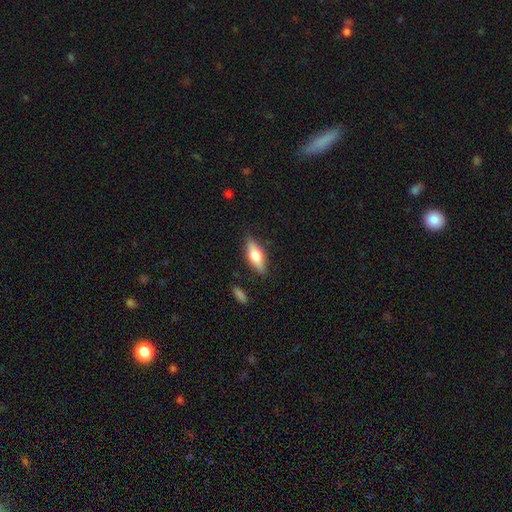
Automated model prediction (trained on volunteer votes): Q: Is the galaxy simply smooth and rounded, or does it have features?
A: smooth — 65%.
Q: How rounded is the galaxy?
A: in between — 66%.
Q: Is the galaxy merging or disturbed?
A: none — 83%.